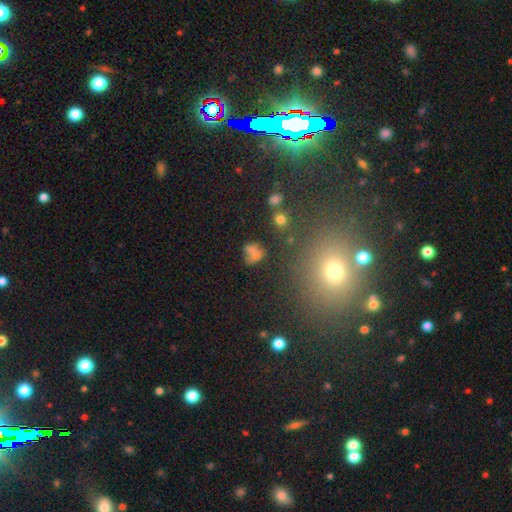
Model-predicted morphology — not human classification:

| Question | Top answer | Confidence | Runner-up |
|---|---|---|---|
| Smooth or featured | smooth | 59% | star or artifact (21%) |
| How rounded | round | 51% | in between (47%) |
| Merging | none | 42% | merger (30%) |